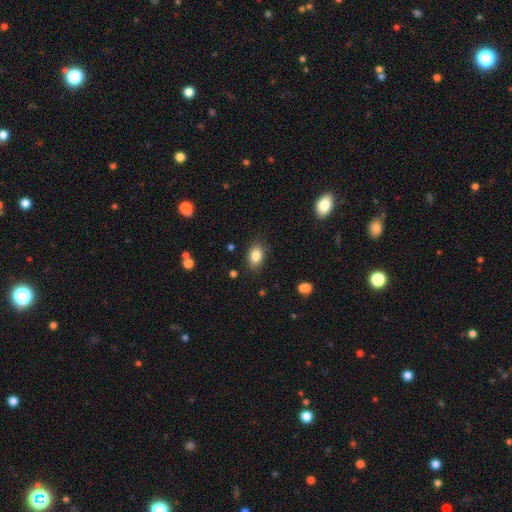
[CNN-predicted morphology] This is clearly a smooth galaxy (84%). How rounded: clearly in between (84%). Merging: clearly none (85%).